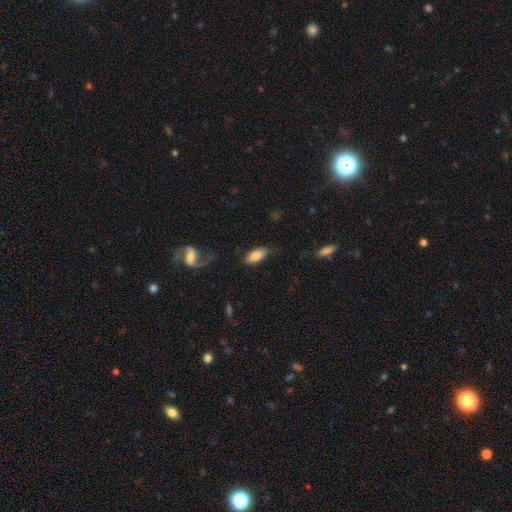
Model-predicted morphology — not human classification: smooth-or-featured: smooth: 79% | featured or disk: 14% | star or artifact: 7%
  how-rounded: in between: 91% | cigar-shaped: 6% | round: 3%
  merging: none: 75% | minor disturbance: 15% | major disturbance: 7% | merger: 2%